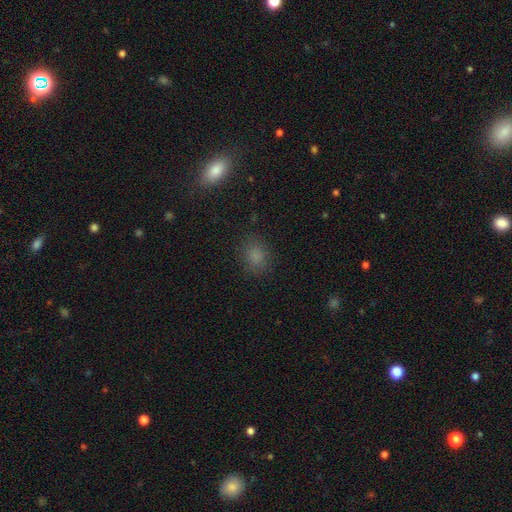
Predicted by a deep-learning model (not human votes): Morphology: type=smooth (79%); roundness=in between (52%); merging=none (81%).